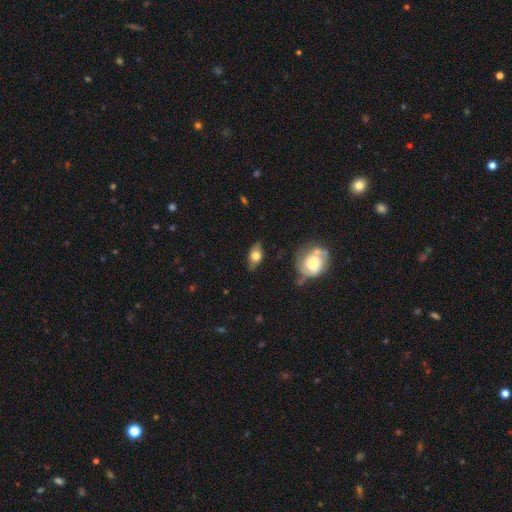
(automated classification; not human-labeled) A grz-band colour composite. It shows a smooth galaxy with no disk features (66%) that is in between round and cigar-shaped (83%). Merging: none (75%).